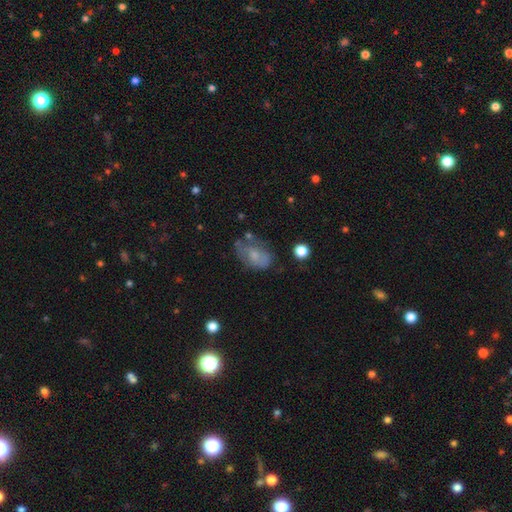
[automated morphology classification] type=smooth (54%); roundness=in between (84%); merging=none (48%).